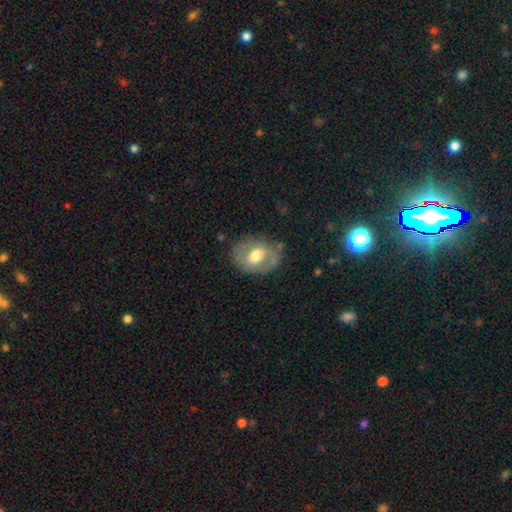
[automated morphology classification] Overall: featured or disk (48%; smooth 46%). Merging: none (70%).